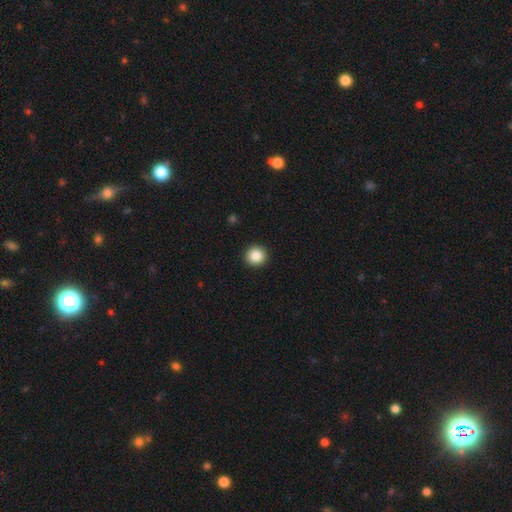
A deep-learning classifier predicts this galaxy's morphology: smooth_or_featured: smooth (p=0.86) [alt: star or artifact p=0.09]
how_rounded: round (p=0.94) [alt: in between p=0.05]
merging: none (p=0.93) [alt: minor disturbance p=0.04]